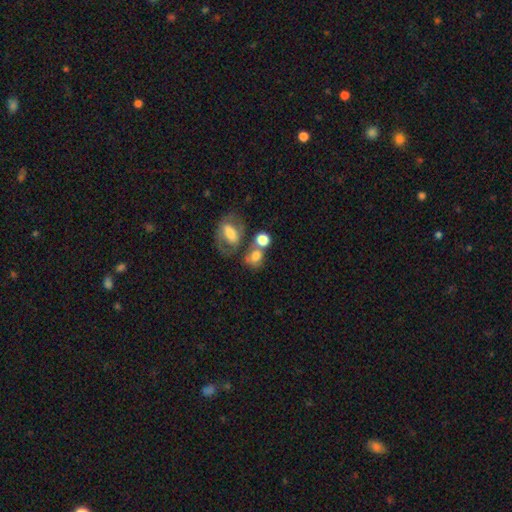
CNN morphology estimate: A smooth galaxy with no disk features (72%) that is round (53%).

Vote fractions:
- Smooth or featured? smooth: 72% / featured or disk: 18% / star or artifact: 10%
- How rounded? round: 53% / in between: 45% / cigar-shaped: 2%
- Merging? none: 41% / merger: 36% / minor disturbance: 14% / major disturbance: 9%